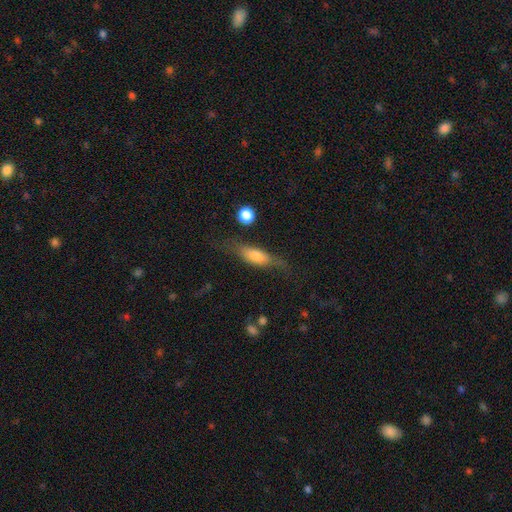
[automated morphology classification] This is possibly a smooth galaxy (55%). How rounded: possibly cigar-shaped (48%). Merging: likely none (62%).